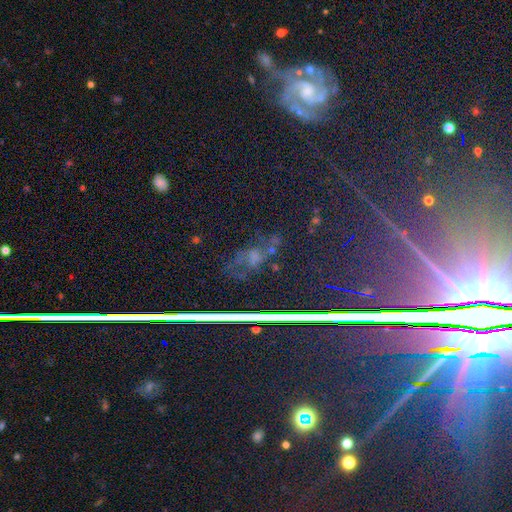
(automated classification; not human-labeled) A star or artifact, not a galaxy (67%).